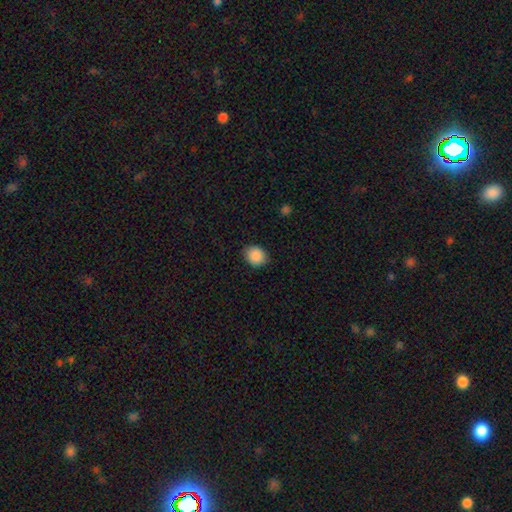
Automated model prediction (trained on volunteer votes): Smooth or featured: smooth — 89% (star or artifact — 8%)
How rounded: round — 65% (in between — 35%)
Merging: none — 85% (minor disturbance — 11%)